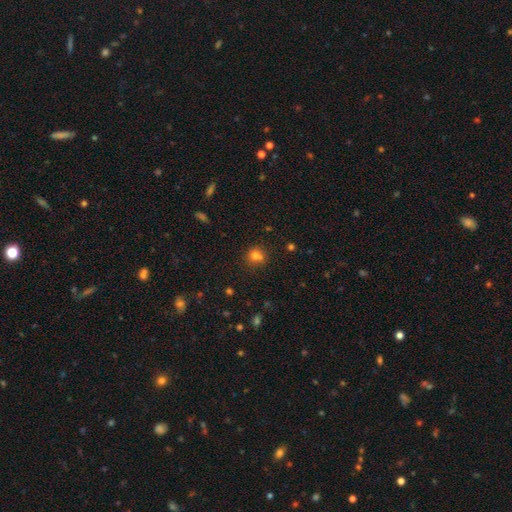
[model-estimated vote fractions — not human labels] A smooth galaxy with no disk features (75%) that is round (81%).

Vote fractions:
- Smooth or featured? smooth: 75% / star or artifact: 16% / featured or disk: 9%
- How rounded? round: 81% / in between: 18% / cigar-shaped: 1%
- Merging? none: 58% / merger: 26% / minor disturbance: 12% / major disturbance: 4%